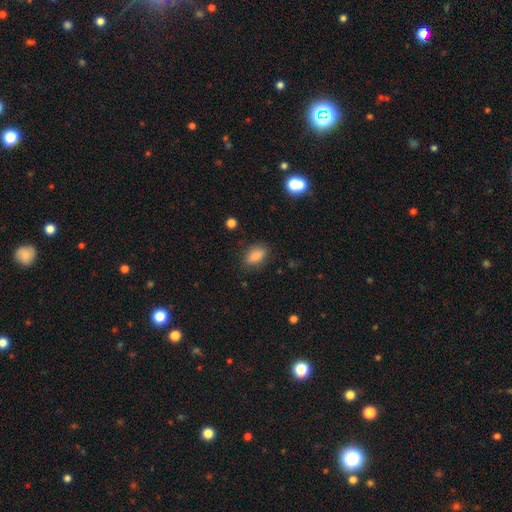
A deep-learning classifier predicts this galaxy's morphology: The model was most divided on "merging": none: 82%, minor disturbance: 13%, major disturbance: 4%, merger: 1%. More confident: smooth or featured — smooth (84%); how rounded — in between (83%).